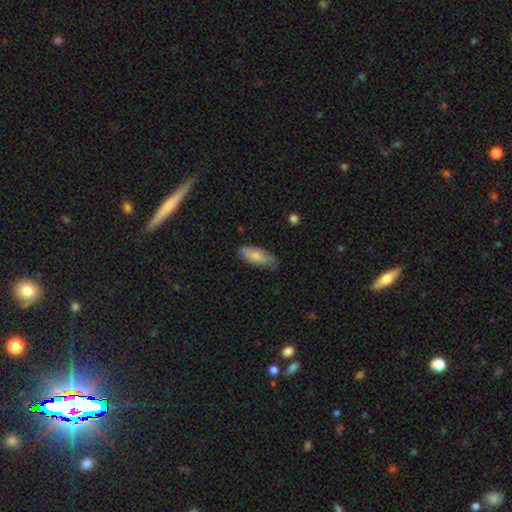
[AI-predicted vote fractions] A smooth galaxy with no disk features (75%) that is in between round and cigar-shaped (81%). Merging: none (70%).